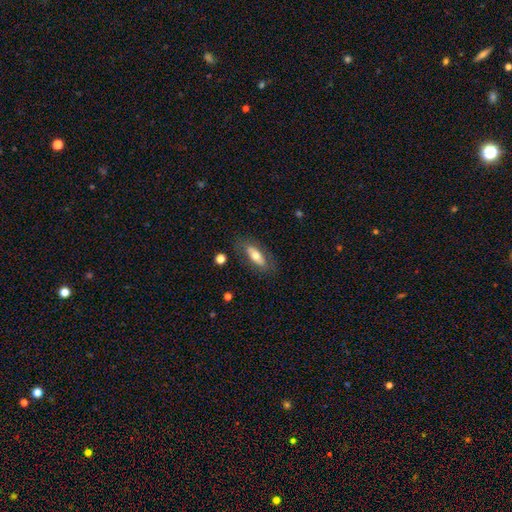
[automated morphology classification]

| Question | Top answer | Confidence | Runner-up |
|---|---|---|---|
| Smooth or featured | smooth | 60% | featured or disk (34%) |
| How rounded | in between | 72% | cigar-shaped (25%) |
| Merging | none | 78% | minor disturbance (15%) |